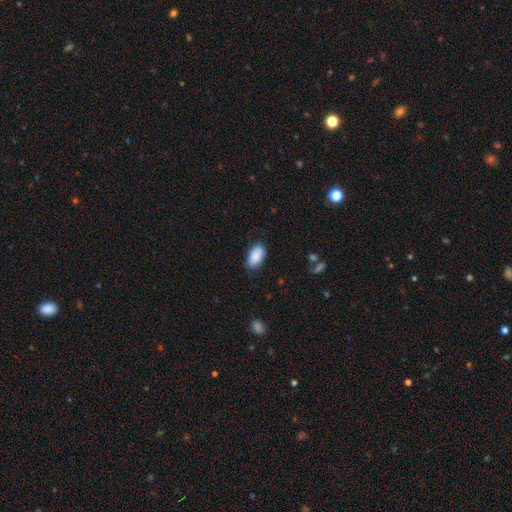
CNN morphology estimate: This appears to be a smooth galaxy with no disk features (88%) that is in between round and cigar-shaped (94%). Merging: none (78%).